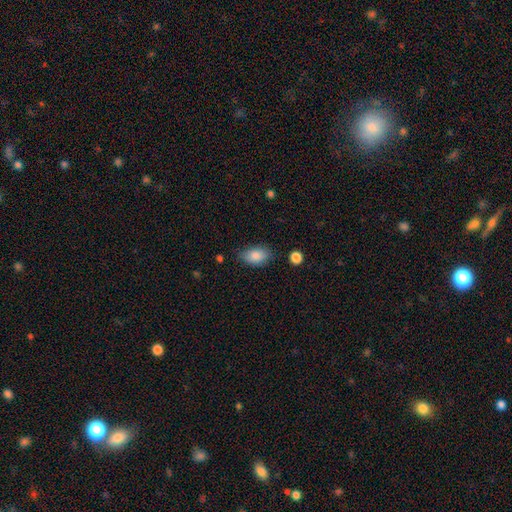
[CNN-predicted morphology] smooth-or-featured: smooth: 85% | featured or disk: 8% | star or artifact: 7%
  how-rounded: in between: 90% | round: 8% | cigar-shaped: 2%
  merging: none: 76% | minor disturbance: 18% | major disturbance: 4% | merger: 2%